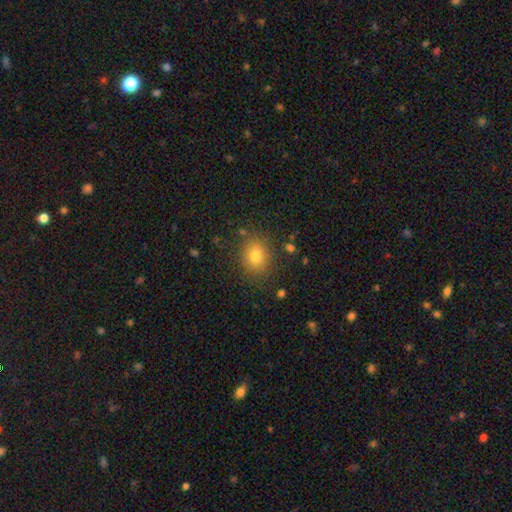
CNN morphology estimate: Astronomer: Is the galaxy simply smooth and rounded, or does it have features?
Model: smooth — 78%.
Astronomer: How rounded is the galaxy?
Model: round — 50% (runner-up: in between, 49%).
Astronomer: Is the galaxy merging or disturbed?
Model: none — 84%.